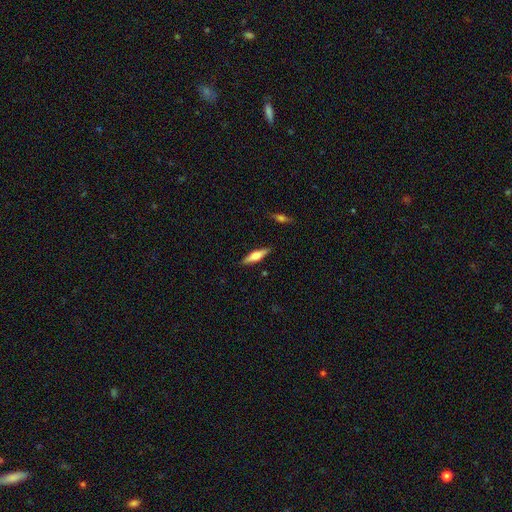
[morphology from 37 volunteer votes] Smooth or featured? 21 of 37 (57%) said featured or disk. Edge-on disk? 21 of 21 (100%) said yes. Edge-on bulge? 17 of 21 (81%) said rounded. Merging? 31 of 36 (86%) said none.